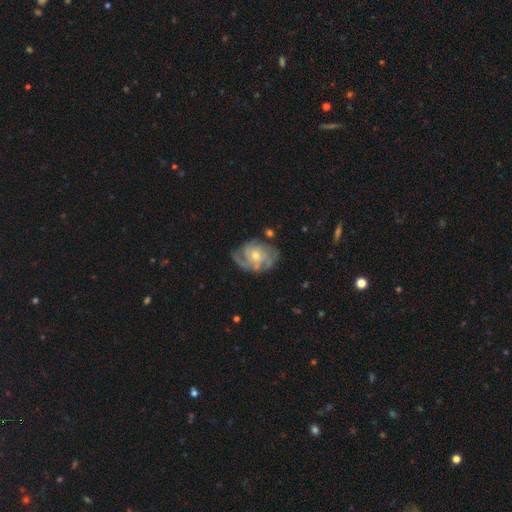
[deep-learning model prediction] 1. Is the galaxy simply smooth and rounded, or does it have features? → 84% featured or disk, 10% smooth, 6% star or artifact.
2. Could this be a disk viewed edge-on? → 97% no, 3% yes.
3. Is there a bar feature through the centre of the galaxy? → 70% no, 25% weak, 4% strong.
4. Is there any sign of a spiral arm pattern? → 94% yes, 6% no.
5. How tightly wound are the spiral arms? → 54% tight, 36% medium, 11% loose.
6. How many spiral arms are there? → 28% can't tell, 26% 3, 21% 2, 13% 4, 6% 1, 6% more than 4.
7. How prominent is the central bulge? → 49% small, 47% moderate, 2% large, 1% none, 1% dominant.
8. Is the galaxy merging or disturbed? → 68% none, 20% minor disturbance, 9% major disturbance, 3% merger.